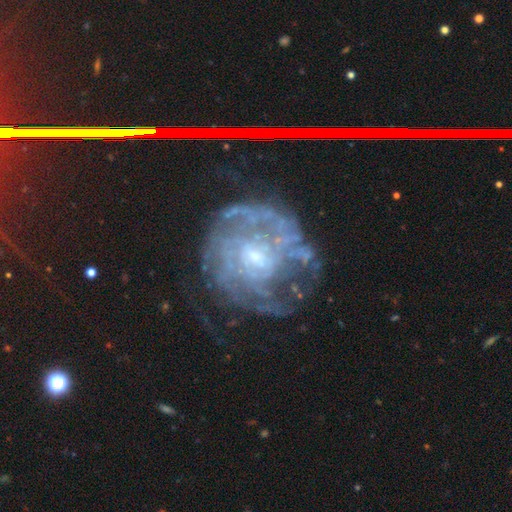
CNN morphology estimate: A featured or disk galaxy (81%) with no bar (52%), tight (60%) spiral arms (87%) and a small central bulge (60%).

Vote fractions:
- Smooth or featured? featured or disk: 81% / star or artifact: 10% / smooth: 9%
- Edge-on disk? no: 97% / yes: 3%
- Bar? no: 52% / weak: 38% / strong: 9%
- Spiral arms? yes: 87% / no: 13%
- Spiral winding? tight: 60% / medium: 30% / loose: 10%
- Spiral arm count? can't tell: 48% / 2: 16% / 3: 12% / 4: 10% / more than 4: 7% / 1: 6%
- Bulge size? small: 60% / moderate: 29% / none: 7% / large: 3% / dominant: 1%
- Merging? none: 65% / minor disturbance: 19% / major disturbance: 14% / merger: 2%